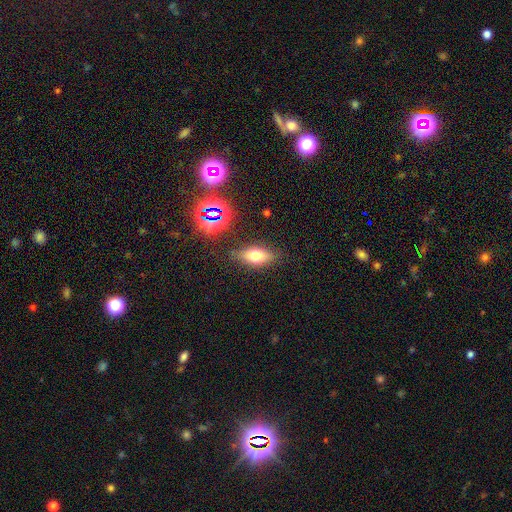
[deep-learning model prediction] A smooth galaxy with no disk features (64%) that is in between round and cigar-shaped (80%).

Vote fractions:
- Smooth or featured? smooth: 64% / featured or disk: 20% / star or artifact: 15%
- How rounded? in between: 80% / cigar-shaped: 13% / round: 7%
- Merging? none: 81% / minor disturbance: 13% / major disturbance: 4% / merger: 2%